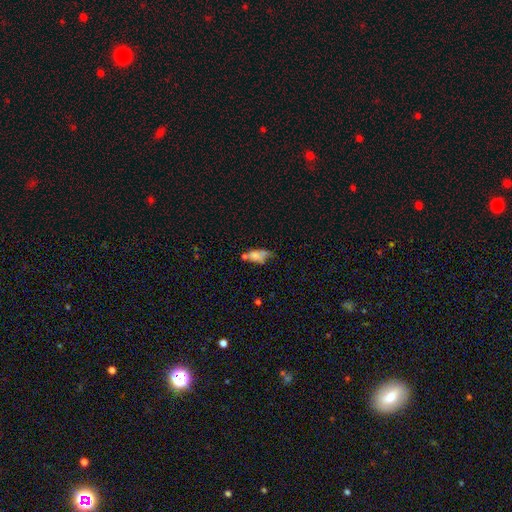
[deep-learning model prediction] Smooth or featured? Predicted: smooth (p=0.58). How rounded? Predicted: in between (p=0.78). Merging? Predicted: none (p=0.27).